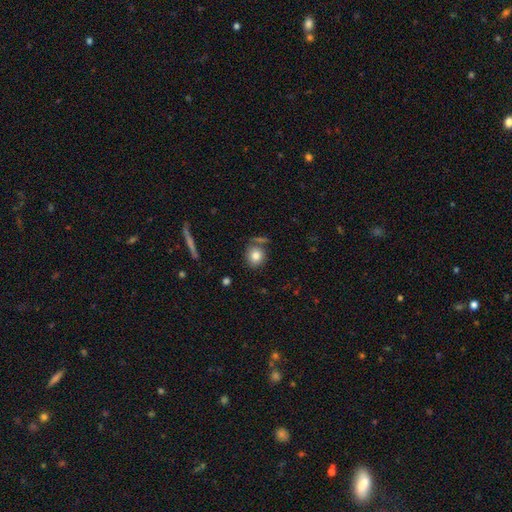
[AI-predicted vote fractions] Overall: smooth (80%). How rounded: round (78%). Merging: none (71%).